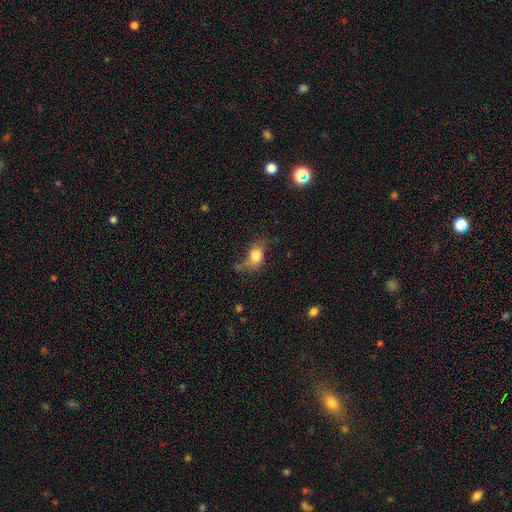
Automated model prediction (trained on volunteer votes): smooth_or_featured: smooth (p=0.76) [alt: featured or disk p=0.14]
how_rounded: in between (p=0.68) [alt: round p=0.30]
merging: none (p=0.54) [alt: minor disturbance p=0.28]